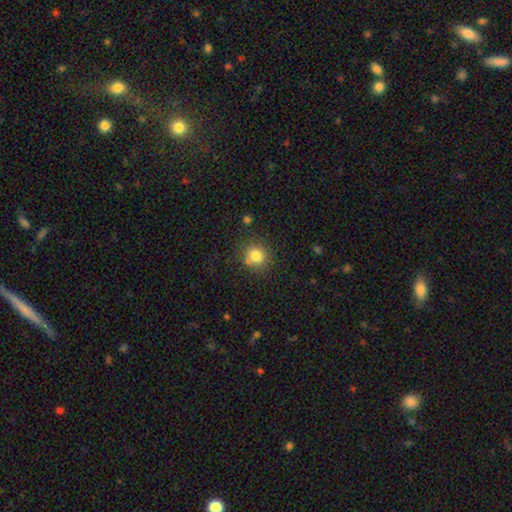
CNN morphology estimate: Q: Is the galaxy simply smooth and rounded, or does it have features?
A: smooth — 82%.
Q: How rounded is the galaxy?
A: round — 87%.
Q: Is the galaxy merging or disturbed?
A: none — 77%.